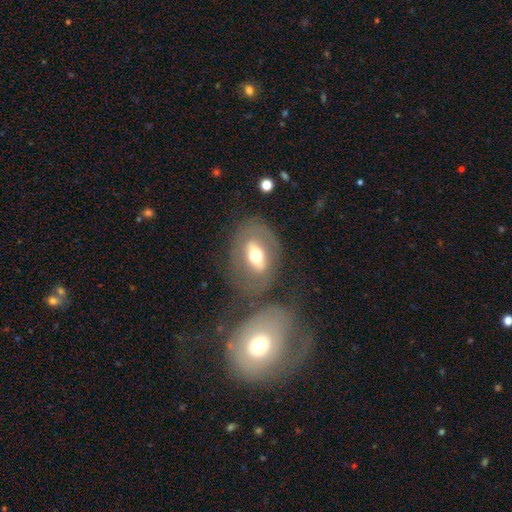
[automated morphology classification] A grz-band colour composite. It shows a featured or disk galaxy (53%). Merging: none (57%).